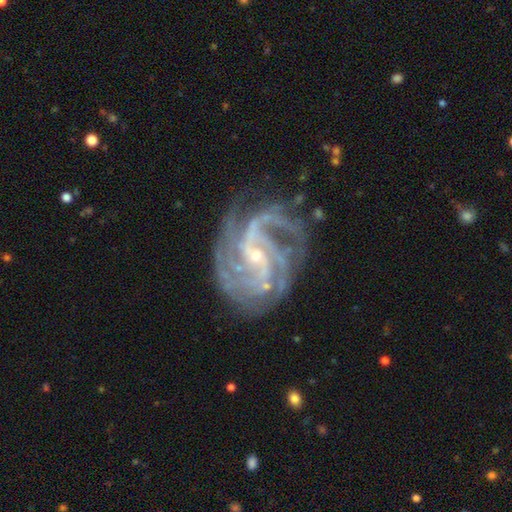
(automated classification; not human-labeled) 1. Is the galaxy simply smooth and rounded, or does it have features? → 92% featured or disk, 6% star or artifact, 3% smooth.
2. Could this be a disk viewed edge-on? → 98% no, 2% yes.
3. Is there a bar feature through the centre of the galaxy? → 41% weak, 40% no, 20% strong.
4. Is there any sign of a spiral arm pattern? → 98% yes, 2% no.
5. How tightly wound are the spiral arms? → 51% tight, 42% medium, 7% loose.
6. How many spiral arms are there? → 27% 3, 26% 4, 16% 2, 14% can't tell, 10% more than 4, 8% 1.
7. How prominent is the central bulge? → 81% small, 15% moderate, 2% none, 1% large, 1% dominant.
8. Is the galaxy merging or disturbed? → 70% none, 18% minor disturbance, 10% major disturbance, 2% merger.